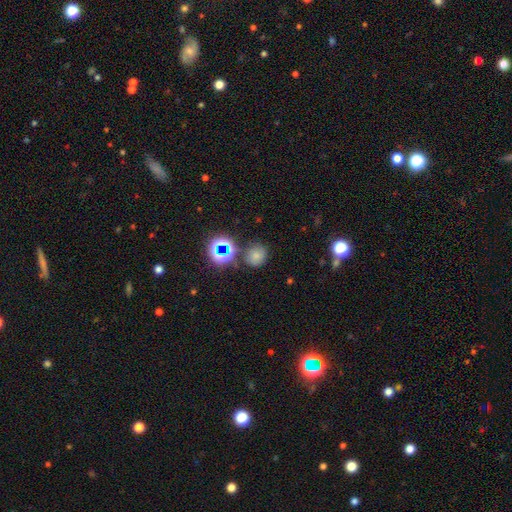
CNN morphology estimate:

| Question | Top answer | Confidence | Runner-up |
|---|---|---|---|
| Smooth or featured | smooth | 64% | star or artifact (24%) |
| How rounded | round | 78% | in between (21%) |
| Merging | none | 71% | minor disturbance (14%) |